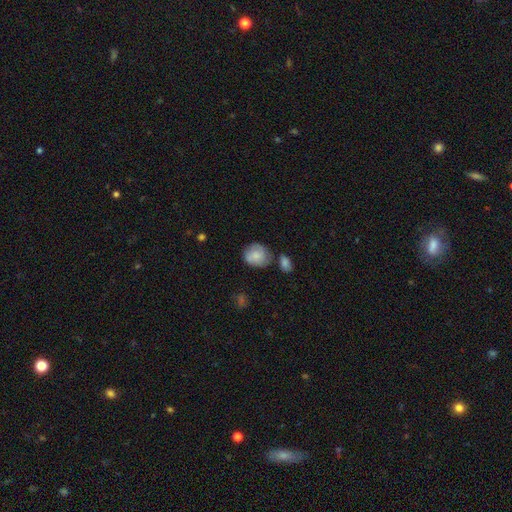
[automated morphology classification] Smooth or featured: smooth — 70% (featured or disk — 22%)
How rounded: round — 75% (in between — 24%)
Merging: none — 57% (minor disturbance — 22%)